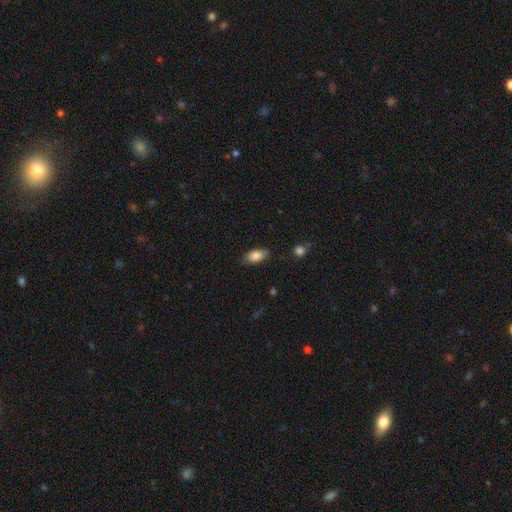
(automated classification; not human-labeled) This is clearly a smooth galaxy (84%). How rounded: clearly in between (90%). Merging: clearly none (81%).